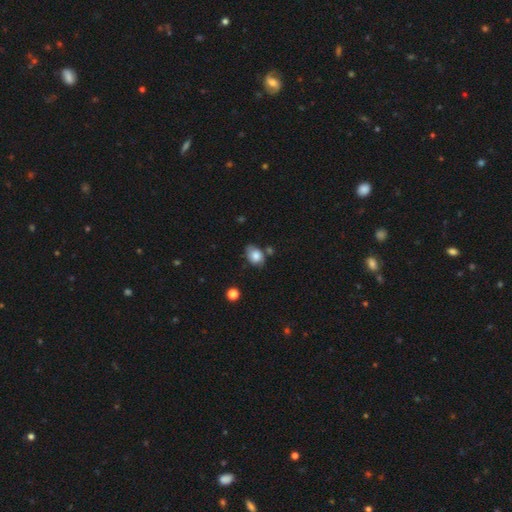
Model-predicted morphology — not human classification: This is likely a smooth galaxy (79%). How rounded: likely in between (74%). Merging: possibly none (59%).